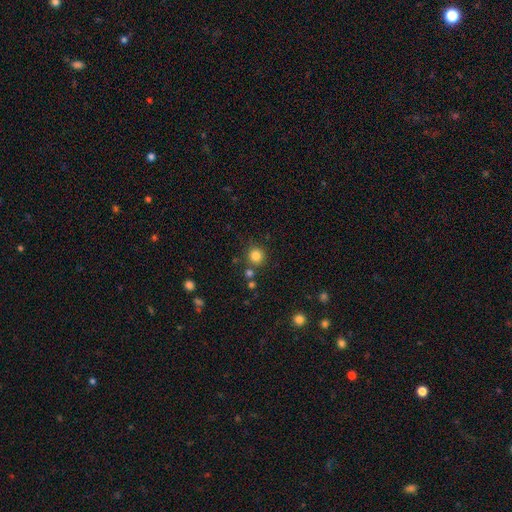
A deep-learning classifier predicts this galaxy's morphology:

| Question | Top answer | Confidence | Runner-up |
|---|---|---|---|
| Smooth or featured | smooth | 82% | star or artifact (13%) |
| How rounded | round | 93% | in between (6%) |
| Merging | none | 82% | minor disturbance (8%) |